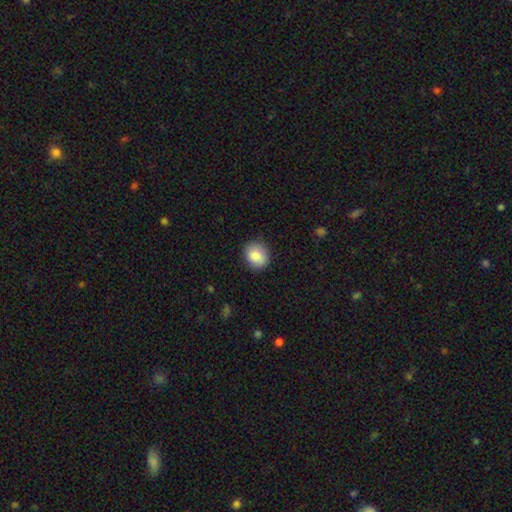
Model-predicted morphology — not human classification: This is clearly a smooth galaxy (85%). How rounded: likely round (68%). Merging: clearly none (85%).